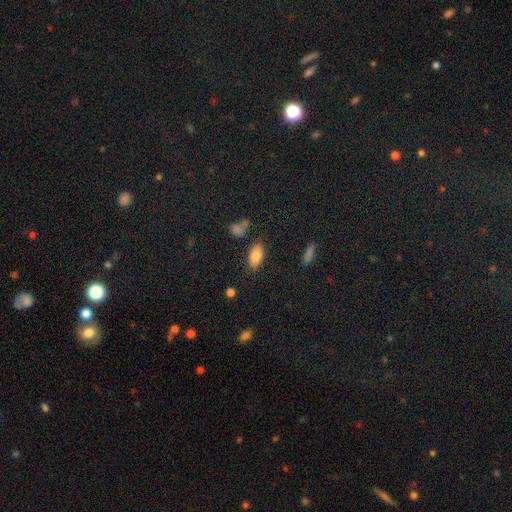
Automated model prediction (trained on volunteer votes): Morphology: type=smooth (81%); roundness=in between (93%); merging=none (80%).